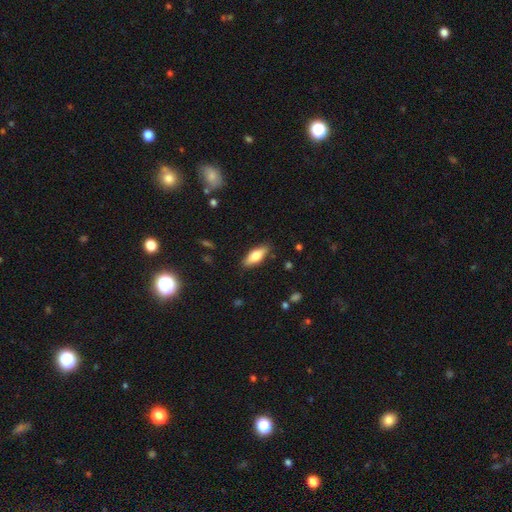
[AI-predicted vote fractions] Morphology: type=smooth (70%); roundness=in between (71%); merging=none (87%).